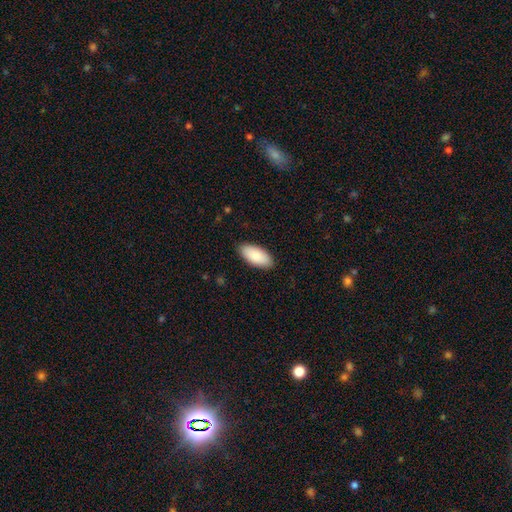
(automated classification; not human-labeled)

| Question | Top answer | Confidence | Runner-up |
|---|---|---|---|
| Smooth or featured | smooth | 88% | featured or disk (7%) |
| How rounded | in between | 92% | cigar-shaped (7%) |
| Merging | none | 88% | minor disturbance (9%) |